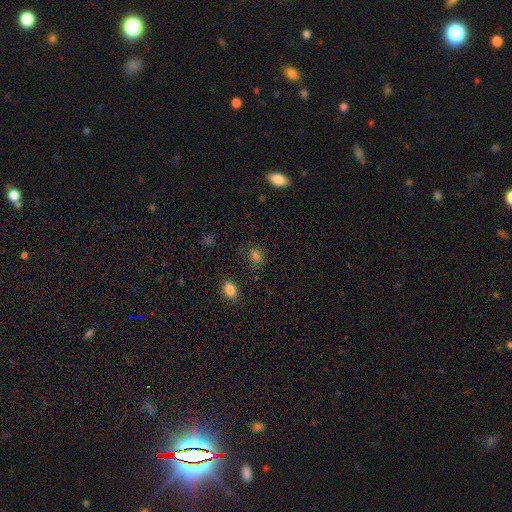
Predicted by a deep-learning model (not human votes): A smooth galaxy with no disk features (78%) that is in between round and cigar-shaped (61%).

Vote fractions:
- Smooth or featured? smooth: 78% / star or artifact: 16% / featured or disk: 7%
- How rounded? in between: 61% / round: 38% / cigar-shaped: 2%
- Merging? none: 76% / minor disturbance: 15% / major disturbance: 5% / merger: 3%